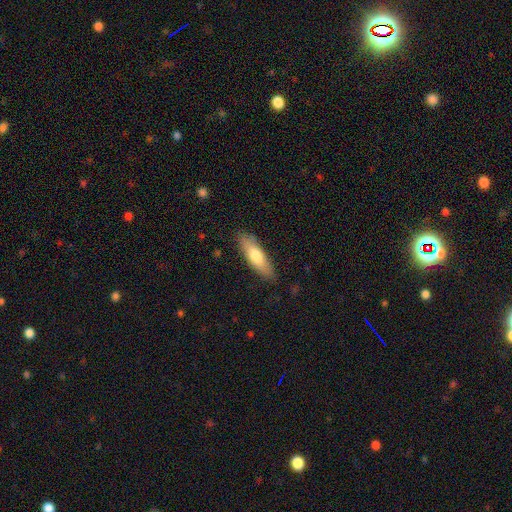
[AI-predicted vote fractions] This is likely a smooth galaxy (71%). How rounded: possibly cigar-shaped (53%). Merging: clearly none (85%).